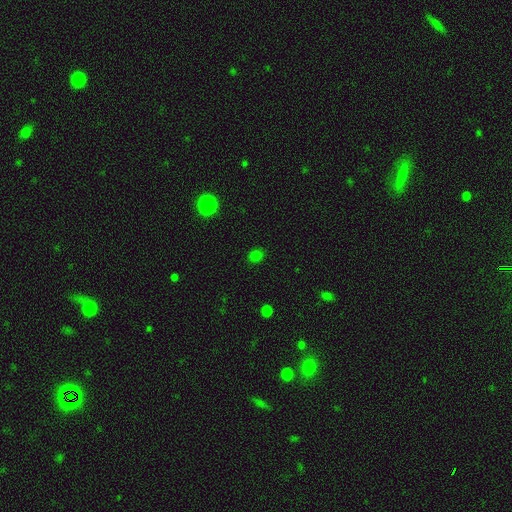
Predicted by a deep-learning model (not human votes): This appears to be a smooth galaxy with no disk features (76%) that is round (74%). Merging: none (88%).